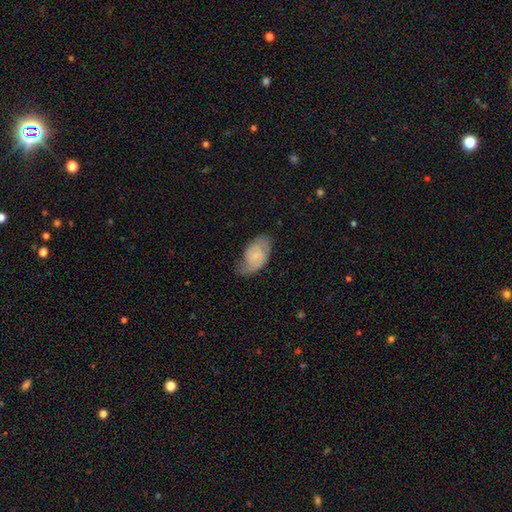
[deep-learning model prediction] Overall: featured or disk (50%; smooth 43%). Edge-on disk: no (96%). Merging: none (54%; minor disturbance 31%).